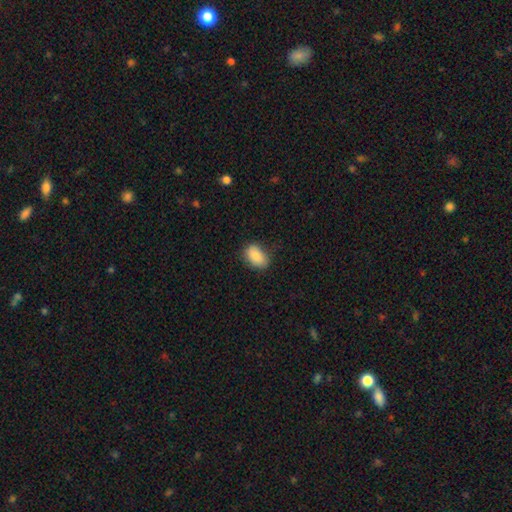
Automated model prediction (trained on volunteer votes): A smooth galaxy with no disk features (88%) that is in between round and cigar-shaped (90%). Merging: none (74%).